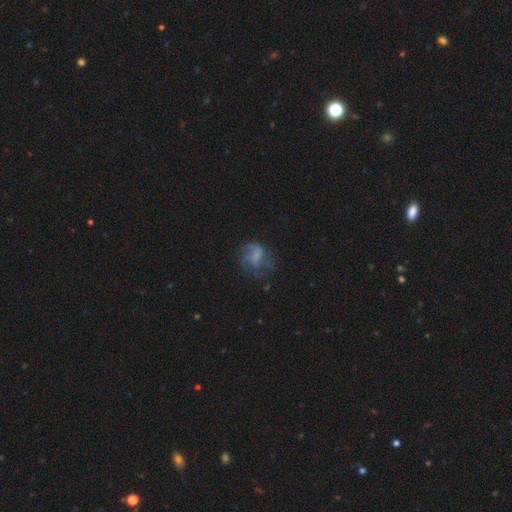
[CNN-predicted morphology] smooth_or_featured: featured or disk (p=0.45) [alt: smooth p=0.42]
merging: none (p=0.45) [alt: major disturbance p=0.30]